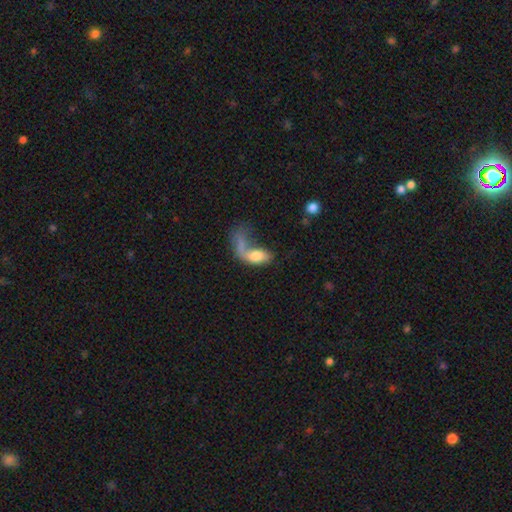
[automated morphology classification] A smooth galaxy with no disk features (60%) that is in between round and cigar-shaped (82%). Merging: major disturbance (42%).